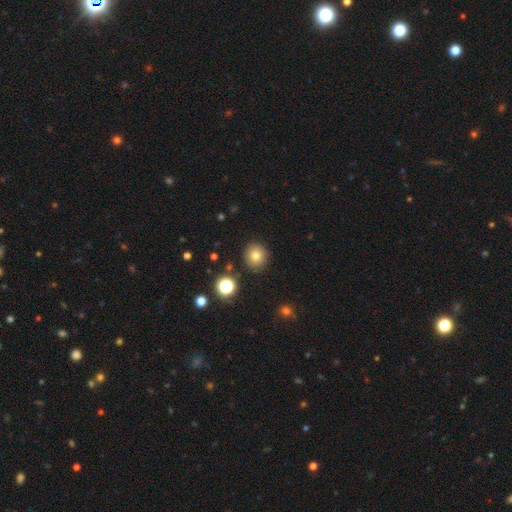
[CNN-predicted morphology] Smooth or featured? Predicted: smooth (p=0.77). How rounded? Predicted: round (p=0.87). Merging? Predicted: none (p=0.89).